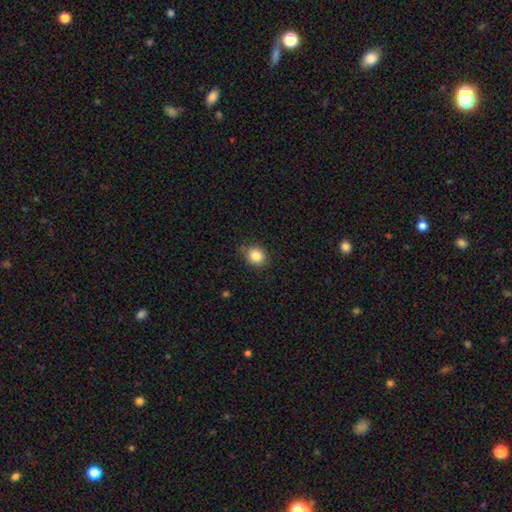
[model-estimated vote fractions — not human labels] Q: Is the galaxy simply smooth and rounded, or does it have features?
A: smooth — 85%.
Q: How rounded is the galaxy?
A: round — 75%.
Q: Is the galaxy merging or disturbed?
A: none — 78%.